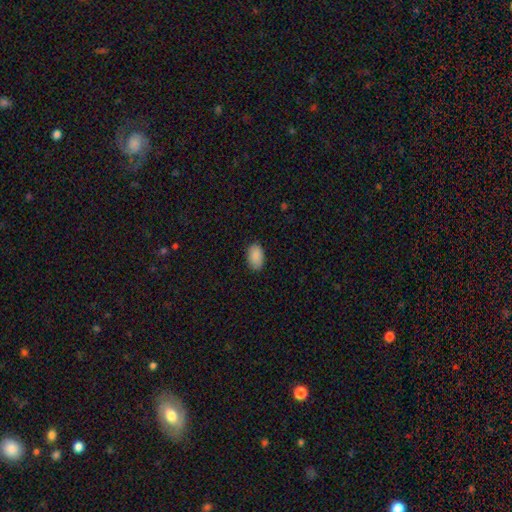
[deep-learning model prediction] This is clearly a smooth galaxy (90%). How rounded: clearly in between (93%). Merging: clearly none (86%).